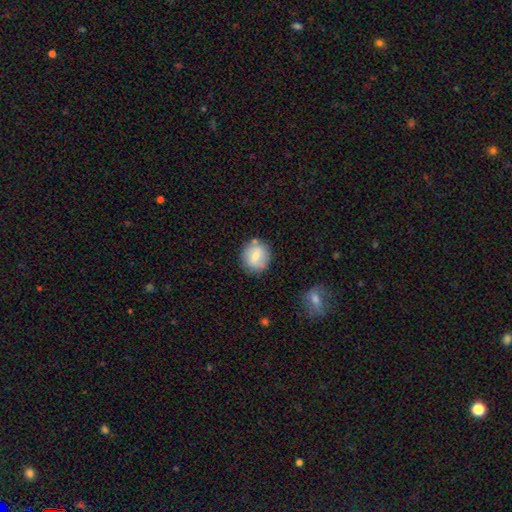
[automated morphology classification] Smooth or featured? smooth (71%)
How rounded? round (81%)
Merging? none (79%)